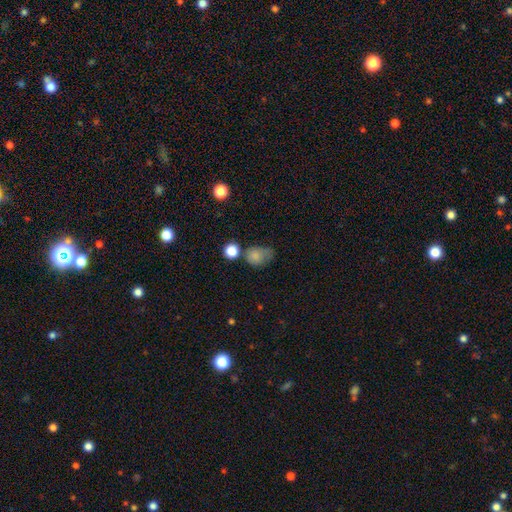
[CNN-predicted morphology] This is likely a smooth galaxy (78%). How rounded: possibly in between (55%). Merging: marginally none (40%).